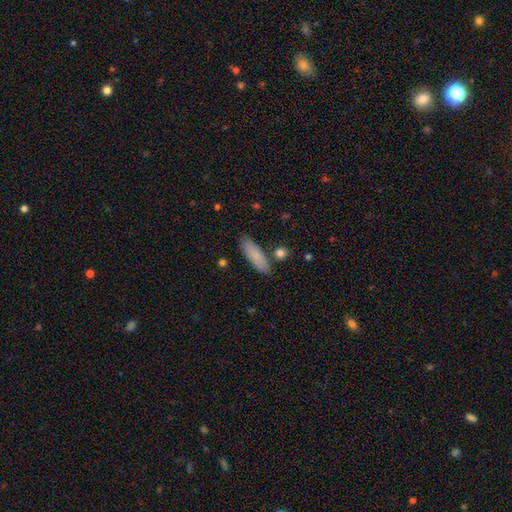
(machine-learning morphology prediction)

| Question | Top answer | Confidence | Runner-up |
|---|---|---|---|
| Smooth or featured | smooth | 83% | featured or disk (11%) |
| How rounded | cigar-shaped | 50% | in between (48%) |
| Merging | none | 82% | minor disturbance (12%) |